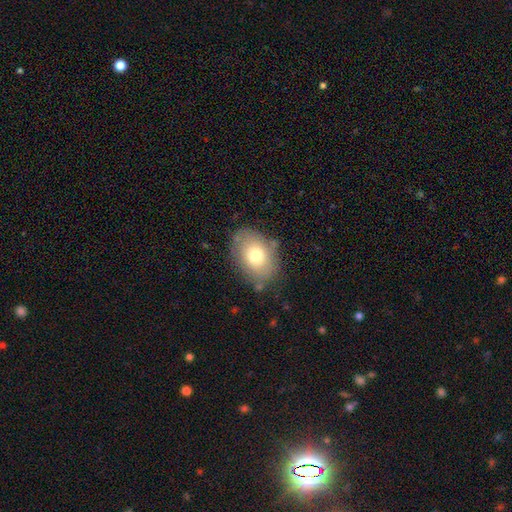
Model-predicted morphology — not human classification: Smooth or featured: smooth — 72% (featured or disk — 19%)
How rounded: in between — 75% (round — 24%)
Merging: none — 75% (minor disturbance — 17%)